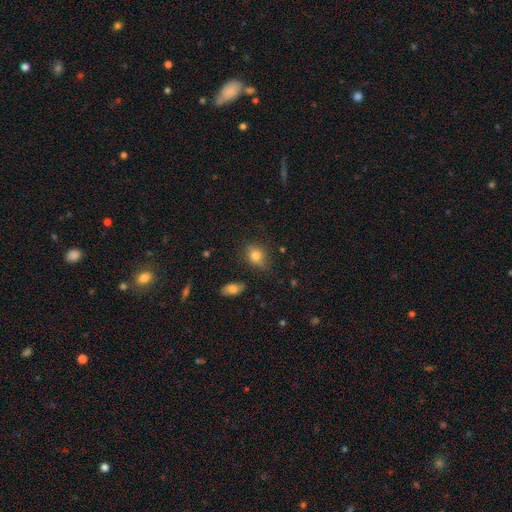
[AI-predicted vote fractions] Smooth or featured: smooth — 79% (star or artifact — 11%)
How rounded: in between — 62% (round — 36%)
Merging: none — 76% (minor disturbance — 17%)